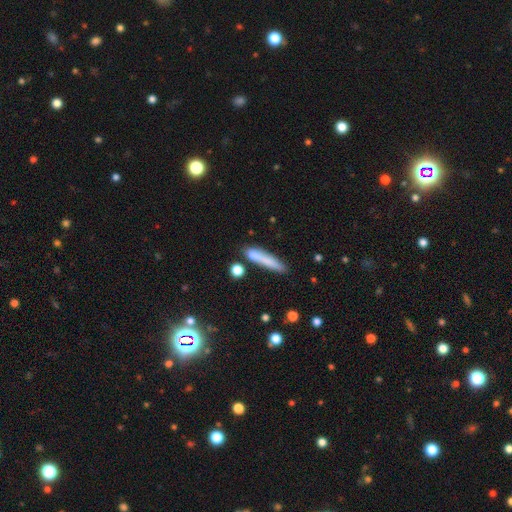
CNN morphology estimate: Smooth or featured?
  - smooth: 74% *
  - featured or disk: 18%
  - star or artifact: 8%
How rounded?
  - cigar-shaped: 88% *
  - in between: 10%
  - round: 2%
Merging?
  - none: 71% *
  - minor disturbance: 16%
  - merger: 9%
  - major disturbance: 4%